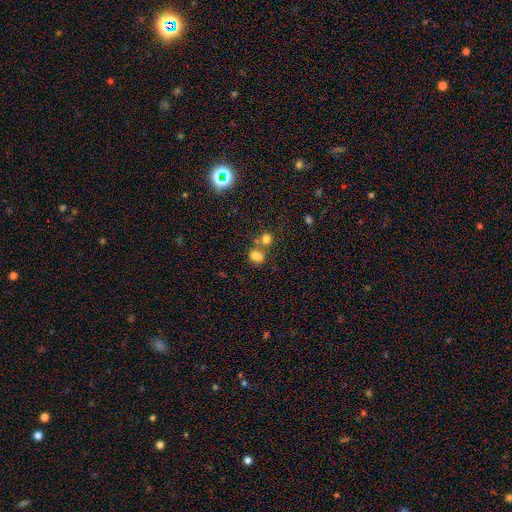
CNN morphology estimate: A smooth galaxy with no disk features (70%) that is round (61%). Merging: merger (48%).